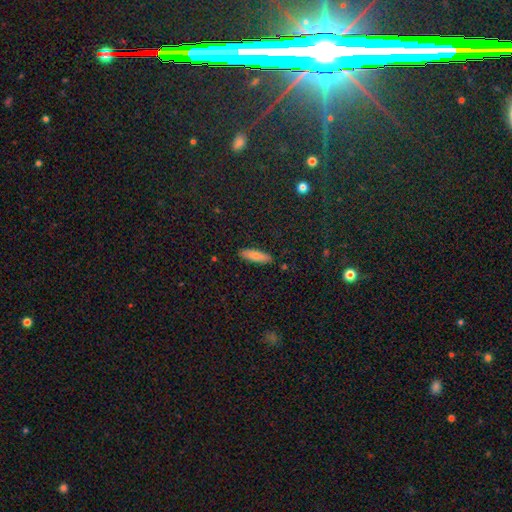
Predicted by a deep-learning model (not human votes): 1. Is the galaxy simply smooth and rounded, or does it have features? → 77% smooth, 15% featured or disk, 8% star or artifact.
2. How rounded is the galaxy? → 55% cigar-shaped, 43% in between, 2% round.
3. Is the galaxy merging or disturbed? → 89% none, 8% minor disturbance, 2% major disturbance, 1% merger.